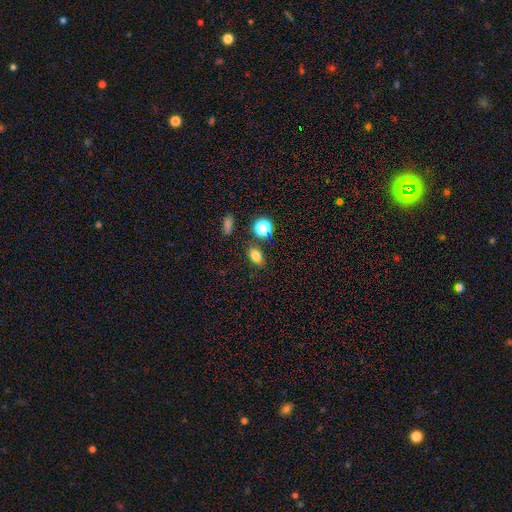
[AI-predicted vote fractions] The model was most divided on "how rounded": in between: 76%, round: 22%, cigar-shaped: 2%. More confident: smooth or featured — smooth (78%); merging — none (78%).